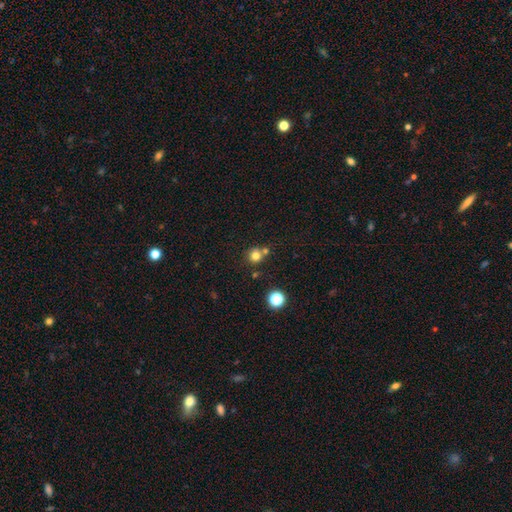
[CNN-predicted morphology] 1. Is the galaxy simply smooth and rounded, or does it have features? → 77% smooth, 15% star or artifact, 8% featured or disk.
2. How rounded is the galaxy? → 90% round, 9% in between, 1% cigar-shaped.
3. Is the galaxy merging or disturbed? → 63% none, 25% merger, 9% minor disturbance, 3% major disturbance.